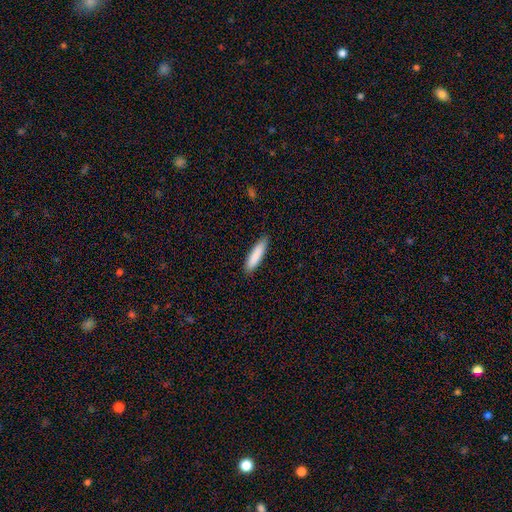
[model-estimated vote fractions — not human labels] smooth-or-featured: smooth: 87% | featured or disk: 8% | star or artifact: 6%
  how-rounded: cigar-shaped: 77% | in between: 22% | round: 1%
  merging: none: 87% | minor disturbance: 10% | major disturbance: 2% | merger: 1%